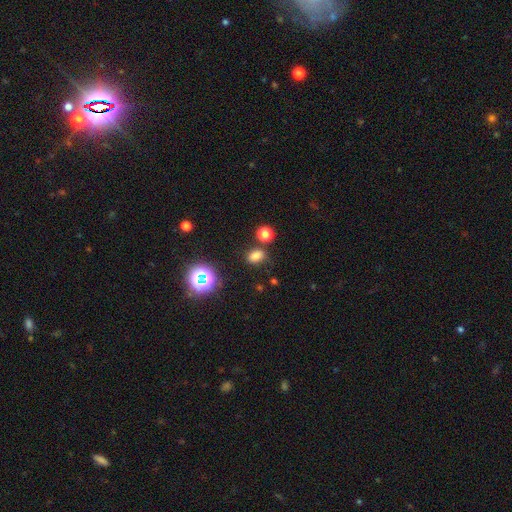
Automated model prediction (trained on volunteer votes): Morphology: type=smooth (75%); roundness=in between (68%); merging=none (76%).